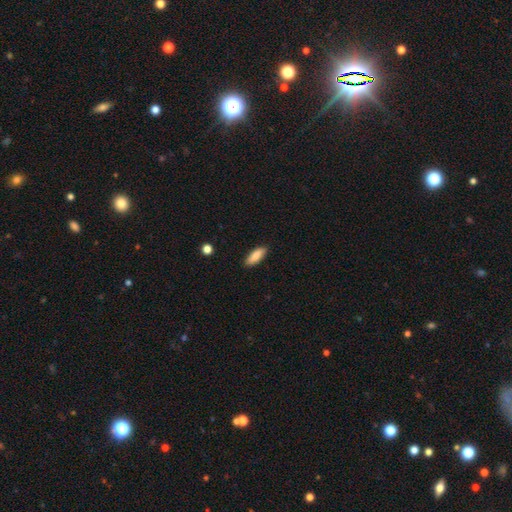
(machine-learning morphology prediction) Smooth or featured? Predicted: smooth (p=0.86). How rounded? Predicted: in between (p=0.65). Merging? Predicted: none (p=0.89).